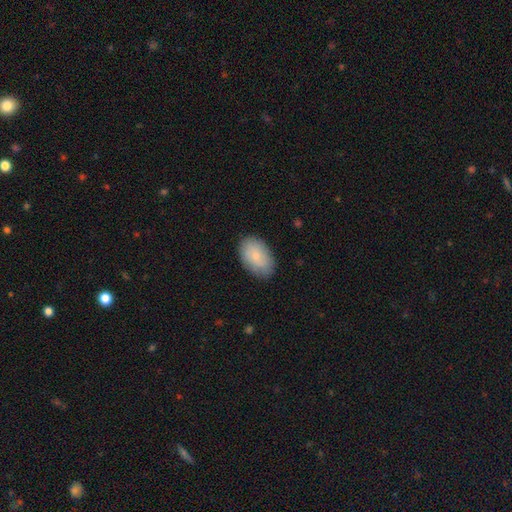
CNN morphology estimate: A smooth galaxy with no disk features (78%) that is in between round and cigar-shaped (92%).

Vote fractions:
- Smooth or featured? smooth: 78% / featured or disk: 16% / star or artifact: 6%
- How rounded? in between: 92% / round: 7% / cigar-shaped: 1%
- Merging? none: 82% / minor disturbance: 14% / major disturbance: 3% / merger: 1%